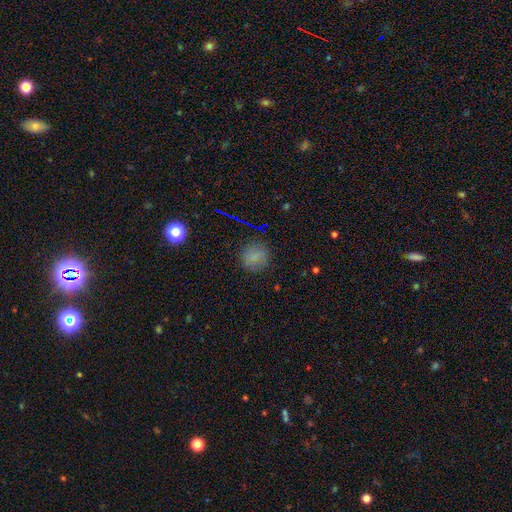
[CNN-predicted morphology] A smooth galaxy with no disk features (64%) that is round (86%).

Vote fractions:
- Smooth or featured? smooth: 64% / star or artifact: 24% / featured or disk: 12%
- How rounded? round: 86% / in between: 12% / cigar-shaped: 1%
- Merging? none: 84% / minor disturbance: 11% / major disturbance: 4% / merger: 1%